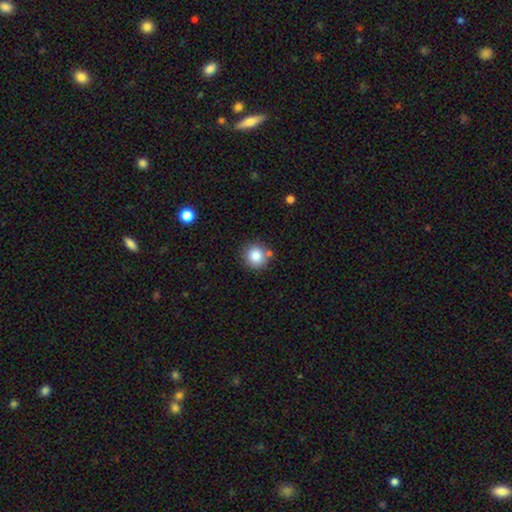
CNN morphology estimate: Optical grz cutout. It shows a smooth galaxy with no disk features (83%) that is round (92%). Merging: none (79%).